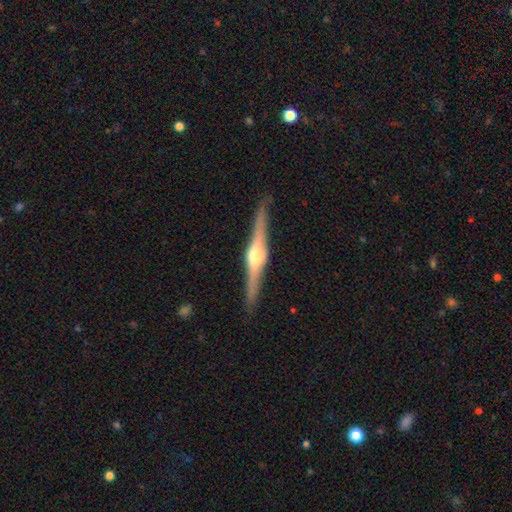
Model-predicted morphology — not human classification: The model was most divided on "smooth or featured": featured or disk: 82%, smooth: 13%, star or artifact: 5%. More confident: edge-on disk — yes (98%); edge-on bulge — rounded (90%); merging — none (89%).